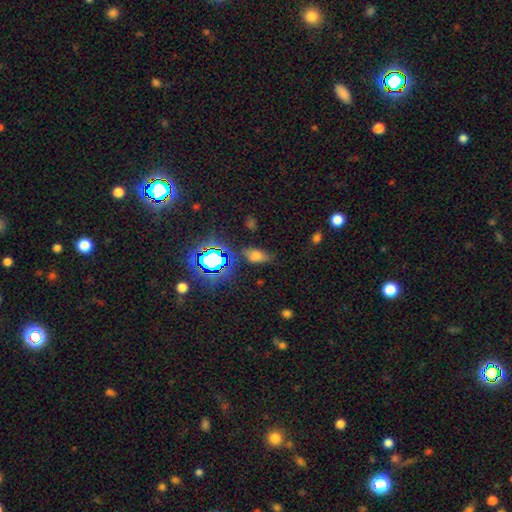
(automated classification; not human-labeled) Morphology: type=smooth (61%); roundness=in between (84%); merging=none (68%).